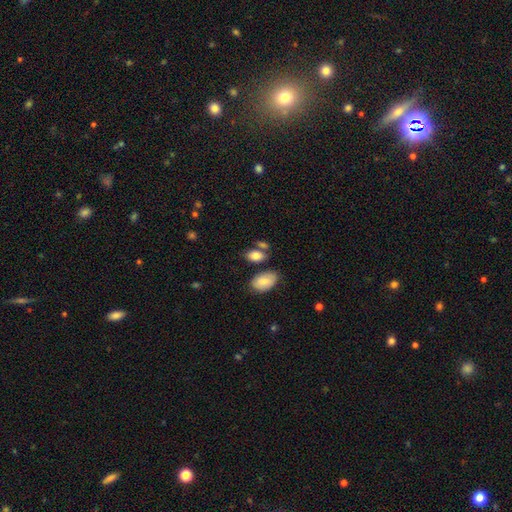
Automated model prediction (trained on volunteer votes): The model was most divided on "merging": none: 61%, merger: 19%, minor disturbance: 15%, major disturbance: 5%. More confident: how rounded — in between (88%); smooth or featured — smooth (83%).